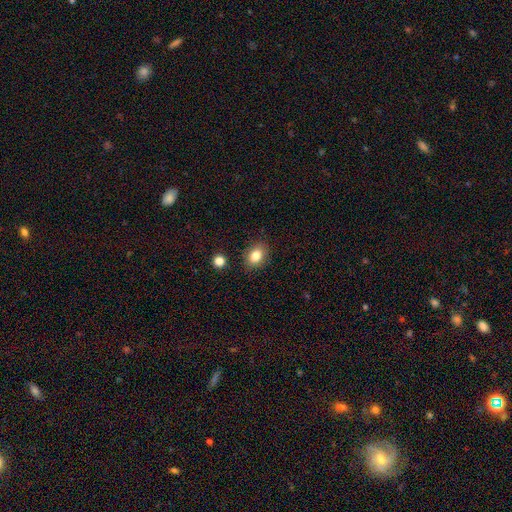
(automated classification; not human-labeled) Morphology: type=smooth (83%); roundness=in between (69%); merging=none (86%).